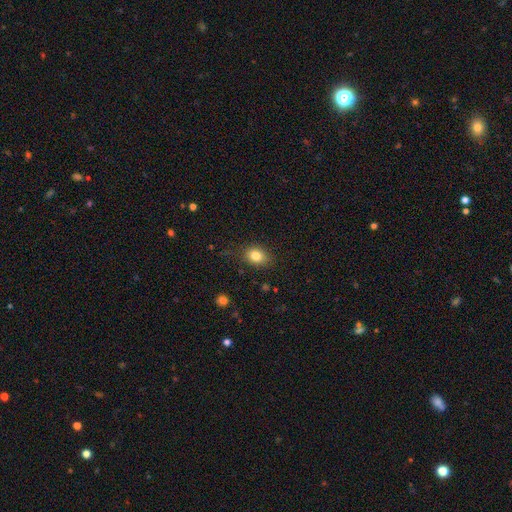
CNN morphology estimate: Smooth or featured: smooth — 83% (star or artifact — 10%)
How rounded: in between — 62% (round — 37%)
Merging: none — 81% (minor disturbance — 14%)